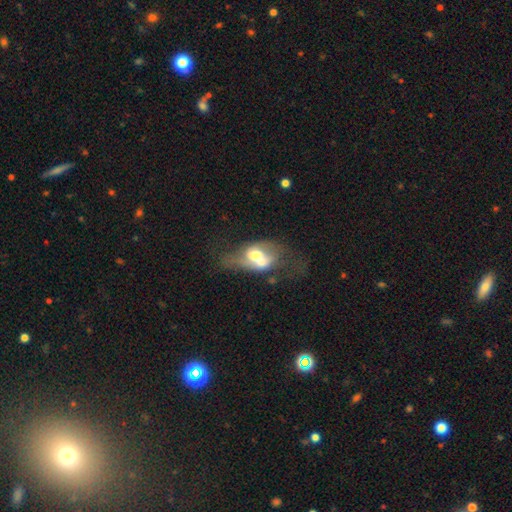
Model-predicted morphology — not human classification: type=featured or disk (50%); edge-on=no (92%); merging=merger (67%).